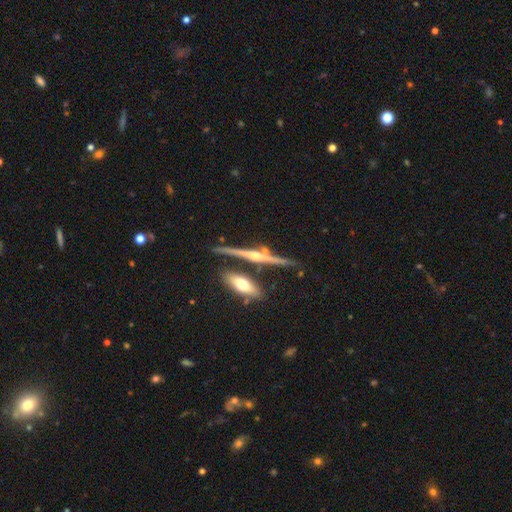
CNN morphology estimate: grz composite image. It shows a featured or disk galaxy (77%) viewed edge-on (96%) with a rounded central bulge (79%). Merging: none (72%).